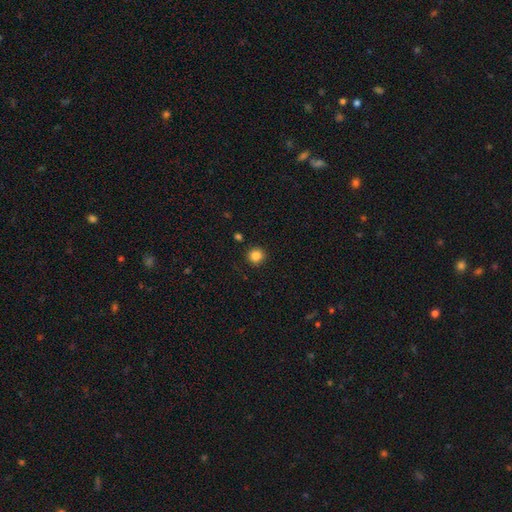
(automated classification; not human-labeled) This is clearly a smooth galaxy (85%). How rounded: clearly round (94%). Merging: clearly none (91%).